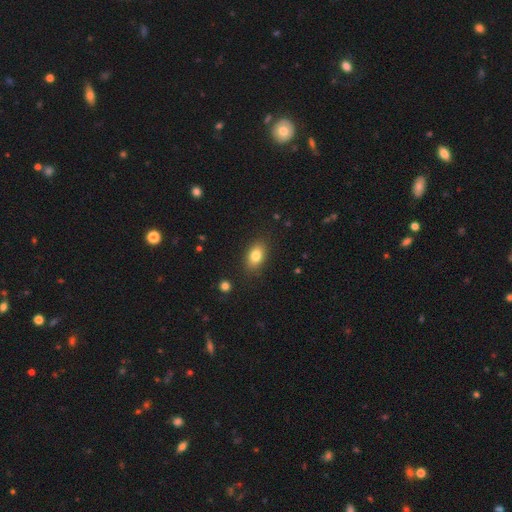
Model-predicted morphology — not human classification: Smooth or featured?
  - smooth: 80% *
  - featured or disk: 11%
  - star or artifact: 9%
How rounded?
  - in between: 85% *
  - round: 12%
  - cigar-shaped: 3%
Merging?
  - none: 86% *
  - minor disturbance: 10%
  - major disturbance: 3%
  - merger: 1%